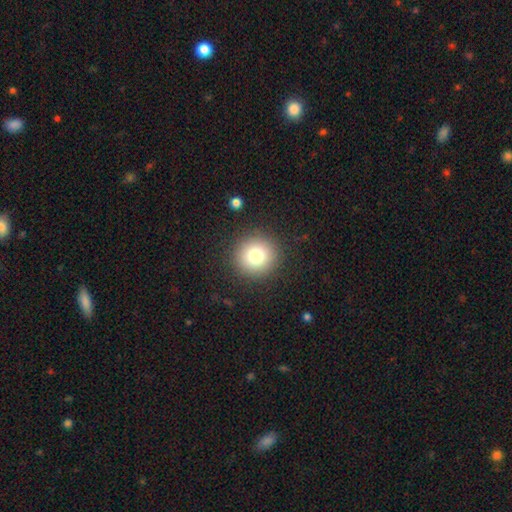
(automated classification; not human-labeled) The model was most divided on "smooth or featured": smooth: 78%, star or artifact: 12%, featured or disk: 10%. More confident: how rounded — round (93%); merging — none (90%).